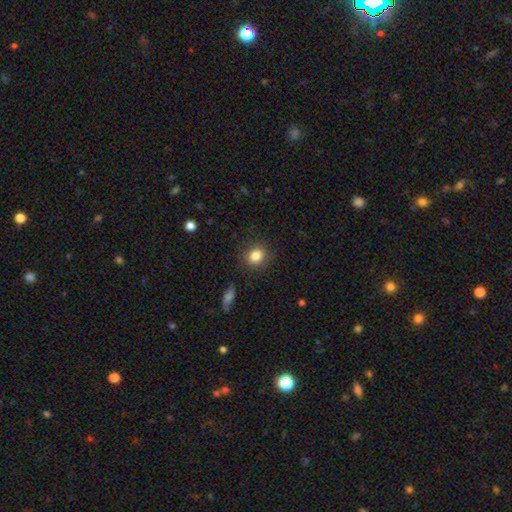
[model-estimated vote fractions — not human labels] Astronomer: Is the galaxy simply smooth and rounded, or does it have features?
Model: smooth — 84%.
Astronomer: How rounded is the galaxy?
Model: round — 75%.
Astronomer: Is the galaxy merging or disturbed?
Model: none — 87%.